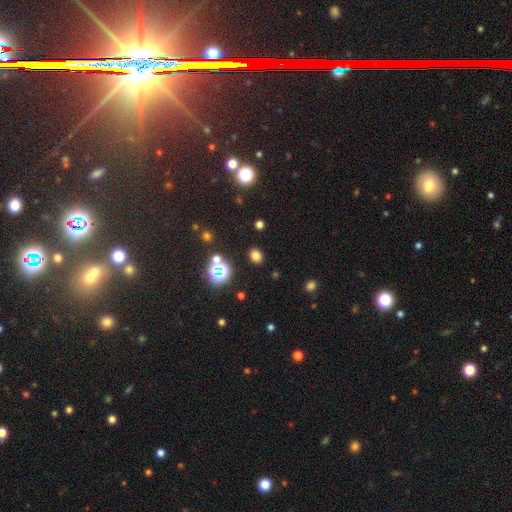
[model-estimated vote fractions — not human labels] Smooth or featured: smooth — 72% (star or artifact — 22%)
How rounded: in between — 55% (round — 44%)
Merging: none — 86% (minor disturbance — 8%)